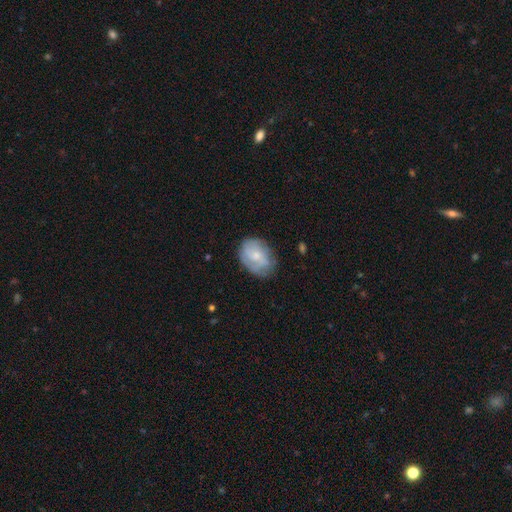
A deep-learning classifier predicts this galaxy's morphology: smooth_or_featured: smooth (p=0.56) [alt: featured or disk p=0.37]
how_rounded: in between (p=0.67) [alt: round p=0.32]
merging: none (p=0.64) [alt: minor disturbance p=0.25]